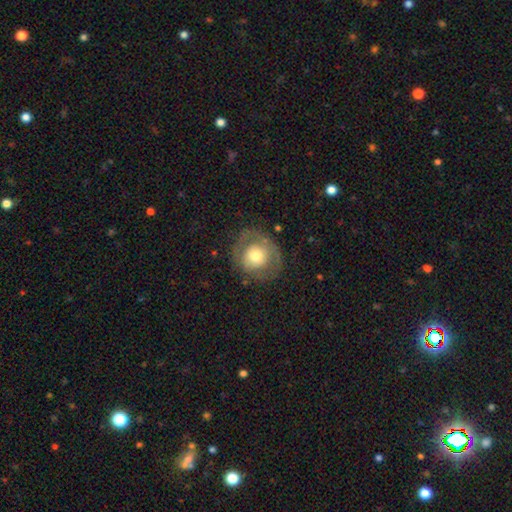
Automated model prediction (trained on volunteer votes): A smooth galaxy with no disk features (52%) that is round (84%).

Vote fractions:
- Smooth or featured? smooth: 52% / featured or disk: 41% / star or artifact: 8%
- How rounded? round: 84% / in between: 16% / cigar-shaped: 1%
- Merging? none: 66% / minor disturbance: 19% / major disturbance: 13% / merger: 2%